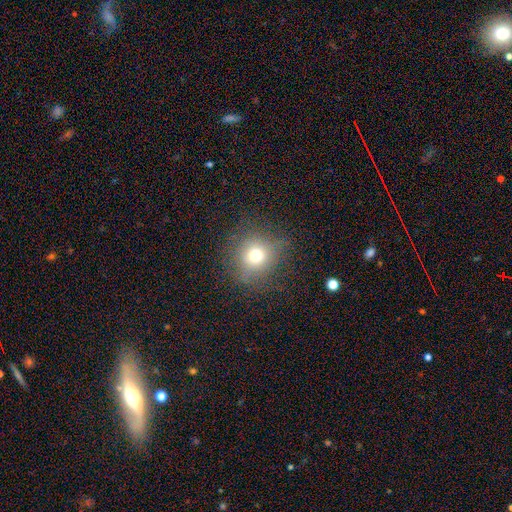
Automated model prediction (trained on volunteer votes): Smooth or featured? Predicted: smooth (p=0.68). How rounded? Predicted: round (p=0.90). Merging? Predicted: none (p=0.81).